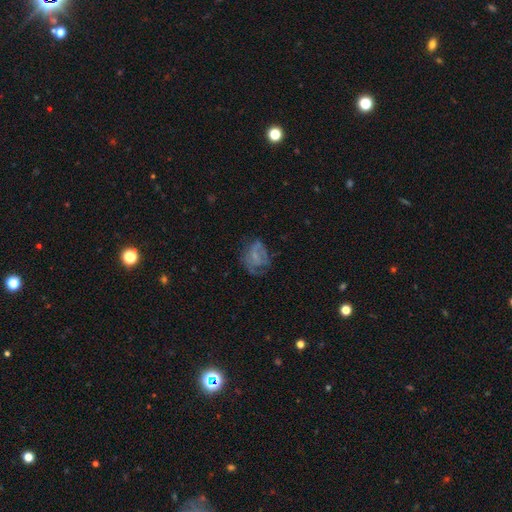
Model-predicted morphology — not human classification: Smooth or featured? Predicted: featured or disk (p=0.49). Merging? Predicted: none (p=0.44).